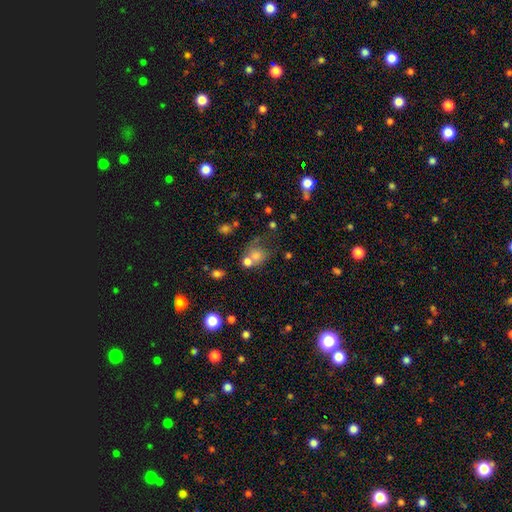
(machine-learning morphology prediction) Q: Smooth or featured?
A: smooth (70%); runner-up: star or artifact (16%)
Q: How rounded?
A: round (69%); runner-up: in between (30%)
Q: Merging?
A: merger (39%); runner-up: none (36%)